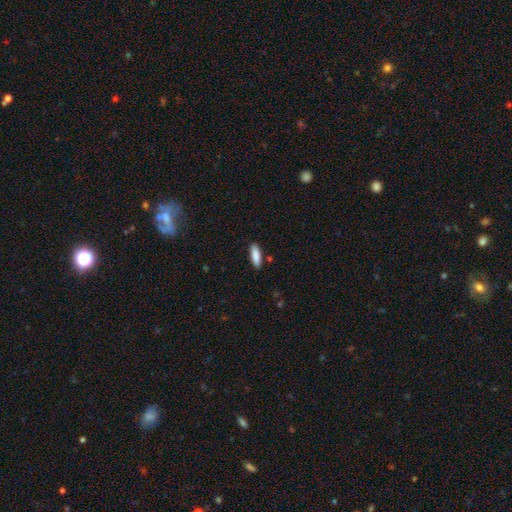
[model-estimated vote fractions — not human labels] smooth_or_featured: smooth (p=0.88) [alt: featured or disk p=0.06]
how_rounded: cigar-shaped (p=0.52) [alt: in between p=0.47]
merging: none (p=0.85) [alt: minor disturbance p=0.11]